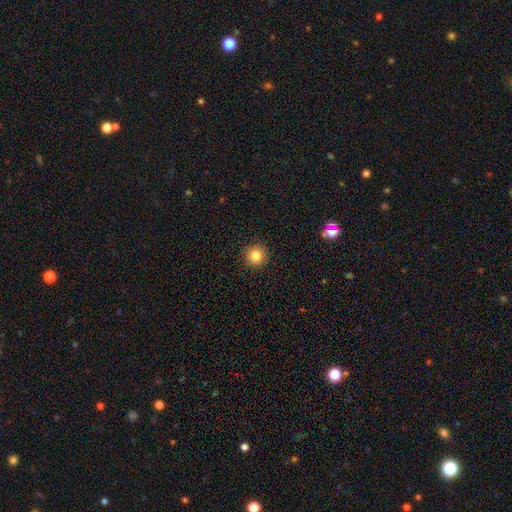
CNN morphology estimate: Smooth or featured: smooth — 84% (star or artifact — 11%)
How rounded: round — 95% (in between — 4%)
Merging: none — 92% (minor disturbance — 5%)